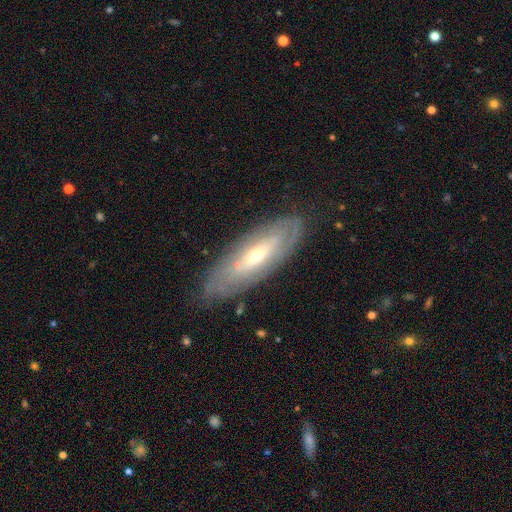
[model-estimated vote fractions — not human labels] A featured or disk galaxy (67%).

Vote fractions:
- Smooth or featured? featured or disk: 67% / smooth: 27% / star or artifact: 6%
- Edge-on disk? no: 74% / yes: 26%
- Merging? none: 78% / minor disturbance: 15% / major disturbance: 5% / merger: 2%